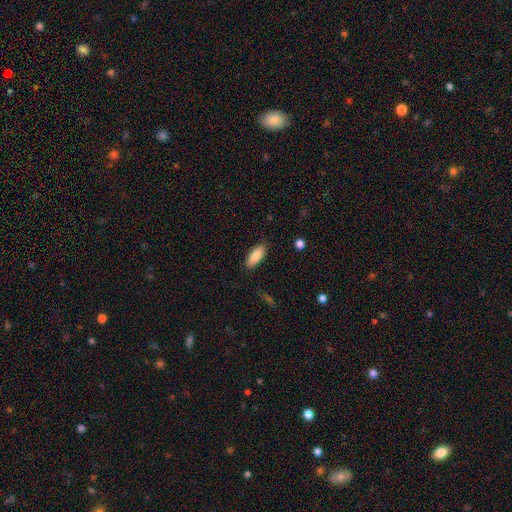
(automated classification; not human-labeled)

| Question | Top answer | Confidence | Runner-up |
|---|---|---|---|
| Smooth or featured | smooth | 84% | featured or disk (10%) |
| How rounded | in between | 81% | cigar-shaped (17%) |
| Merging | none | 87% | minor disturbance (10%) |